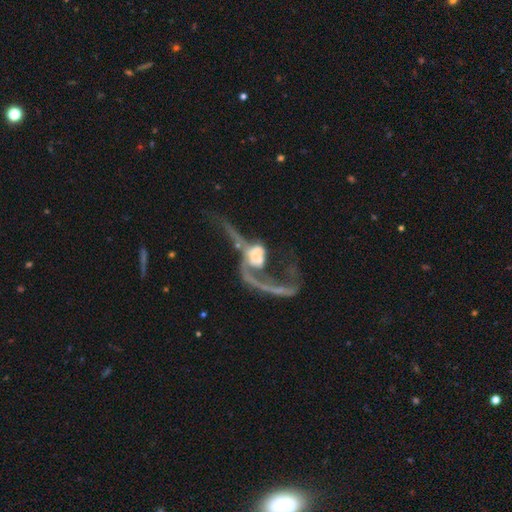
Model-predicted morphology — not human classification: This appears to be a featured or disk galaxy (73%) with no bar (73%), spiral arms (60%) and a moderate central bulge (26%). Merging: major disturbance (41%).